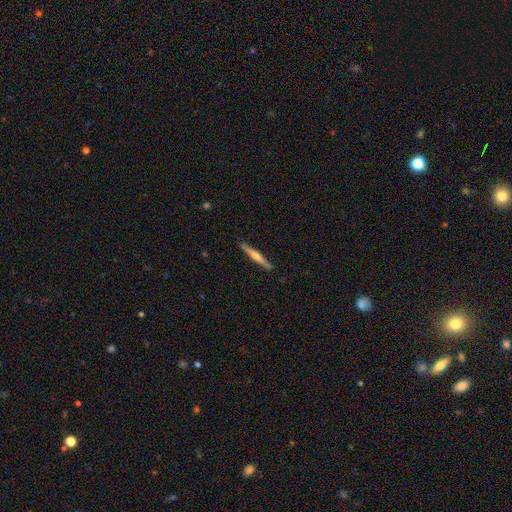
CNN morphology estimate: This appears to be a featured or disk galaxy (58%) viewed edge-on (98%) with a rounded central bulge (67%). Merging: none (90%).